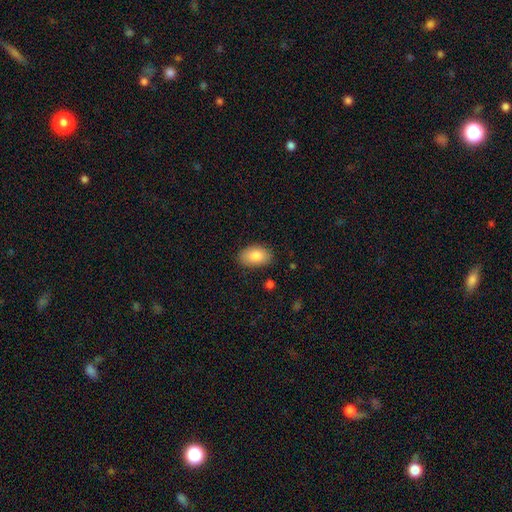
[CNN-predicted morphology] A smooth galaxy with no disk features (85%) that is in between round and cigar-shaped (92%). Merging: none (84%).